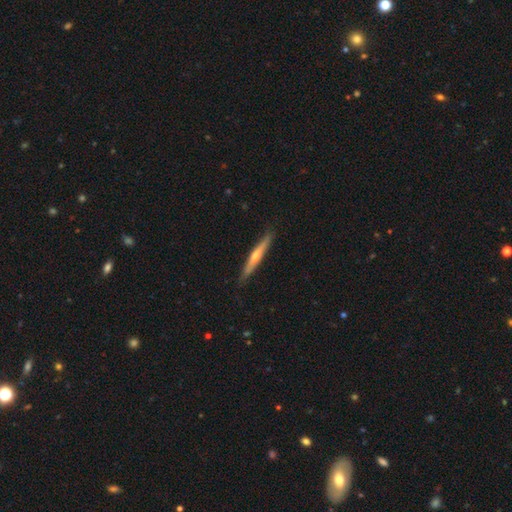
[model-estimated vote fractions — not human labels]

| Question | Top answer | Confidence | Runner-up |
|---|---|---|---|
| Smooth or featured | featured or disk | 59% | smooth (35%) |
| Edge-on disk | yes | 96% | no (4%) |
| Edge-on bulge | rounded | 81% | none (15%) |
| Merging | none | 88% | minor disturbance (10%) |